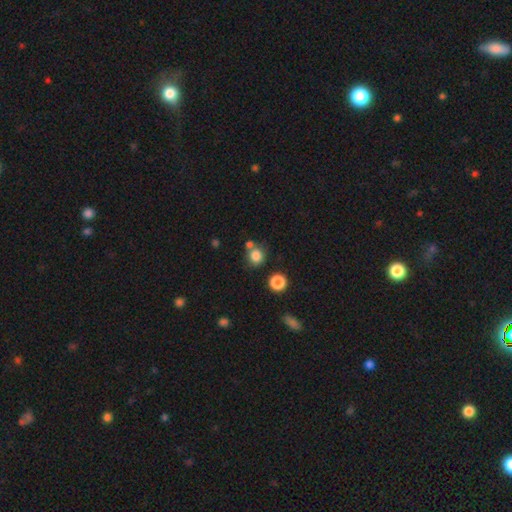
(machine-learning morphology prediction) This appears to be a smooth galaxy with no disk features (82%) that is round (84%). Merging: none (67%).